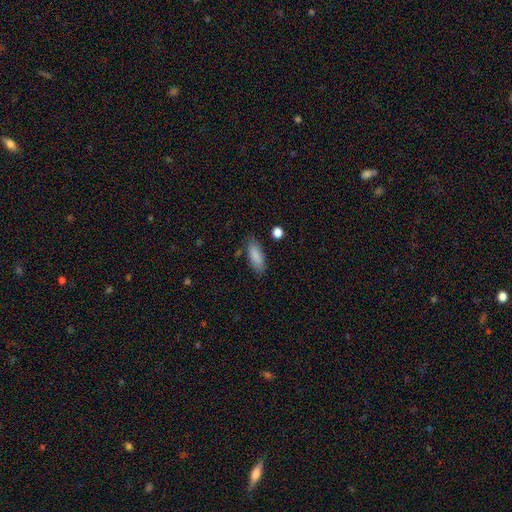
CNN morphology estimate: Smooth or featured? smooth (87%)
How rounded? in between (76%)
Merging? none (81%)